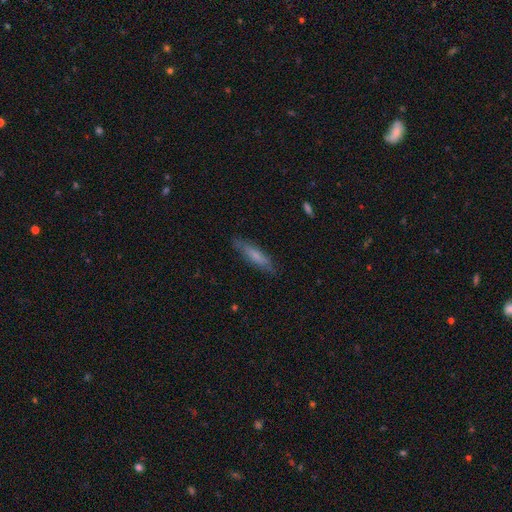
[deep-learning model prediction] Smooth or featured?
  - smooth: 65% *
  - featured or disk: 29%
  - star or artifact: 6%
How rounded?
  - cigar-shaped: 78% *
  - in between: 21%
  - round: 2%
Merging?
  - none: 83% *
  - minor disturbance: 13%
  - major disturbance: 3%
  - merger: 1%